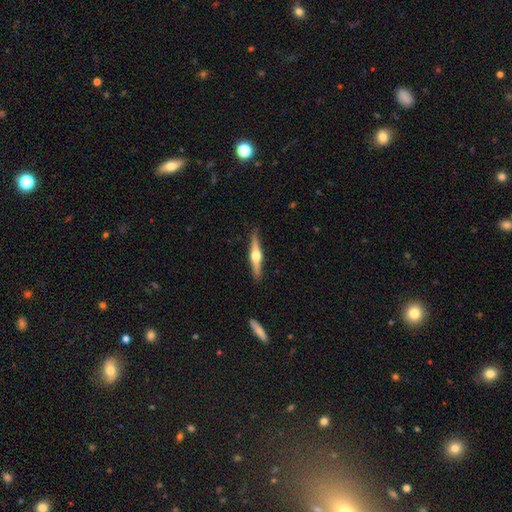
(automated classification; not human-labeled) Smooth or featured: featured or disk — 71% (smooth — 24%)
Edge-on disk: yes — 97% (no — 3%)
Edge-on bulge: rounded — 95% (boxy — 3%)
Merging: none — 89% (minor disturbance — 9%)